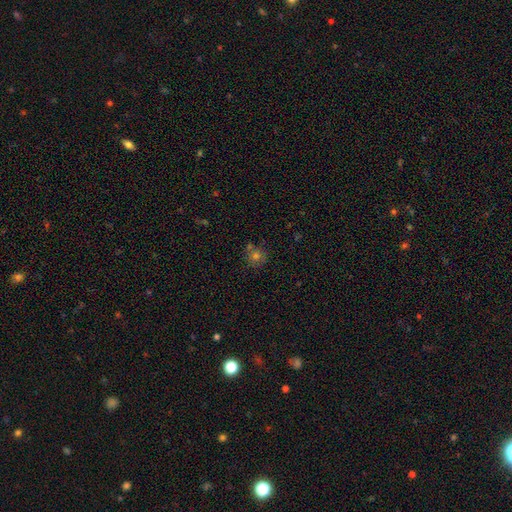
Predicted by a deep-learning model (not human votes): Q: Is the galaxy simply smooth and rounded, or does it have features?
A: smooth — 65%.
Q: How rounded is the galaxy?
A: round — 91%.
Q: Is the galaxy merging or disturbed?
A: none — 75%.